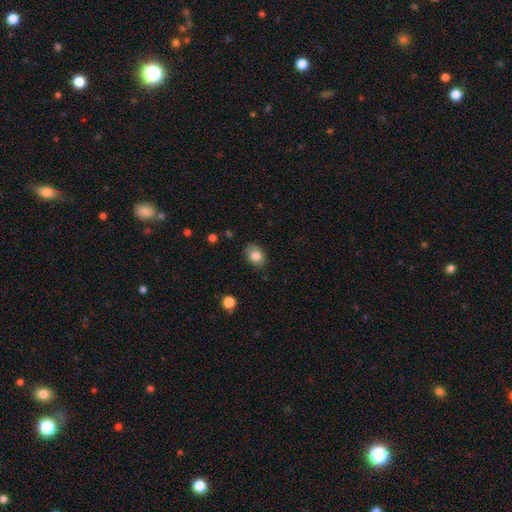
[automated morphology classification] A smooth galaxy with no disk features (83%) that is in between round and cigar-shaped (80%).

Vote fractions:
- Smooth or featured? smooth: 83% / featured or disk: 9% / star or artifact: 8%
- How rounded? in between: 80% / round: 19% / cigar-shaped: 1%
- Merging? none: 82% / minor disturbance: 14% / major disturbance: 3% / merger: 1%